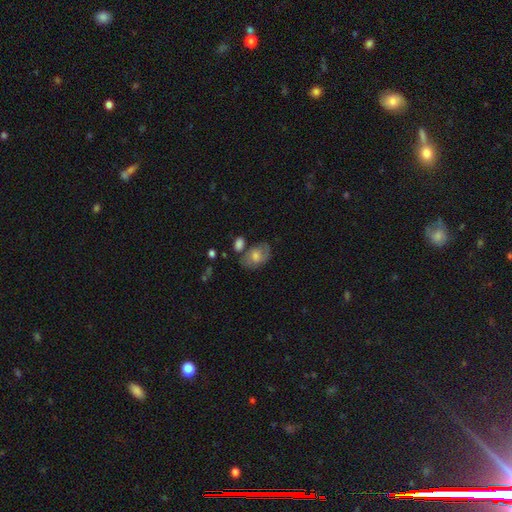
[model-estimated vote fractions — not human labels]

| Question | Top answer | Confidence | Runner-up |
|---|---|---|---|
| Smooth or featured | smooth | 50% | featured or disk (40%) |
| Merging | none | 56% | minor disturbance (22%) |